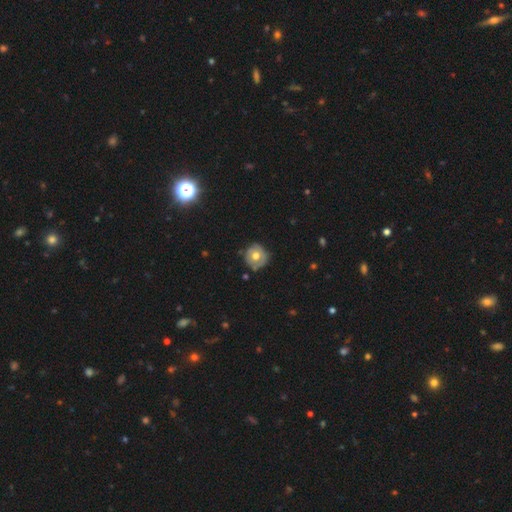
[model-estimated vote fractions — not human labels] Smooth or featured? Predicted: smooth (p=0.55). How rounded? Predicted: round (p=0.89). Merging? Predicted: none (p=0.72).